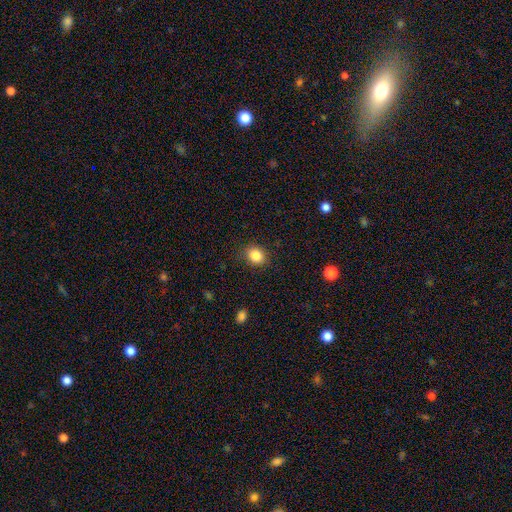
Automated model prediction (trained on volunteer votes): Smooth or featured?
  - smooth: 85% *
  - star or artifact: 10%
  - featured or disk: 5%
How rounded?
  - round: 59% *
  - in between: 40%
  - cigar-shaped: 1%
Merging?
  - none: 88% *
  - minor disturbance: 8%
  - major disturbance: 2%
  - merger: 1%